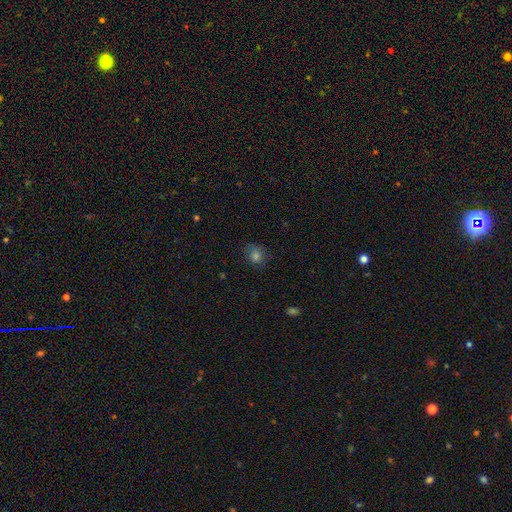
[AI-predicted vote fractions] Smooth or featured? Predicted: smooth (p=0.74). How rounded? Predicted: round (p=0.77). Merging? Predicted: none (p=0.79).